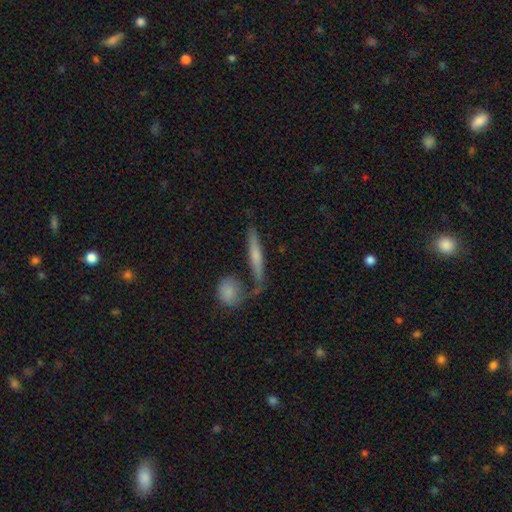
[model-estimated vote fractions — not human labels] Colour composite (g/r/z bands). It shows a smooth galaxy with no disk features (53%) that is cigar-shaped (88%). Merging: none (66%).